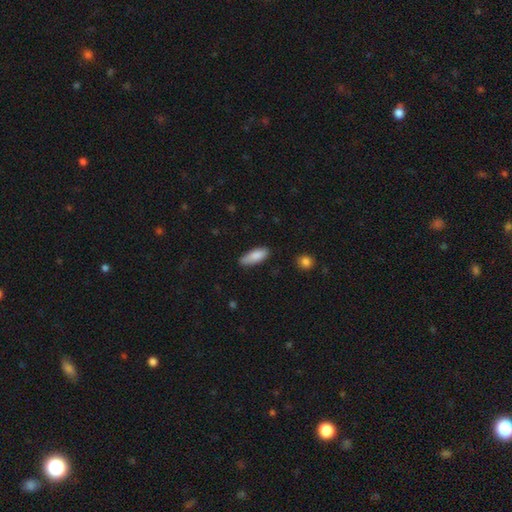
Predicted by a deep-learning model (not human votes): This appears to be a smooth galaxy with no disk features (86%) that is in between round and cigar-shaped (76%). Merging: none (77%).